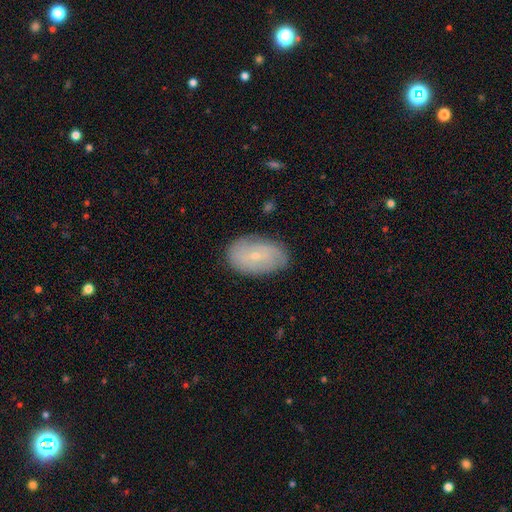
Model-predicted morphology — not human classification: Overall: featured or disk (48%; smooth 44%). Merging: none (79%).